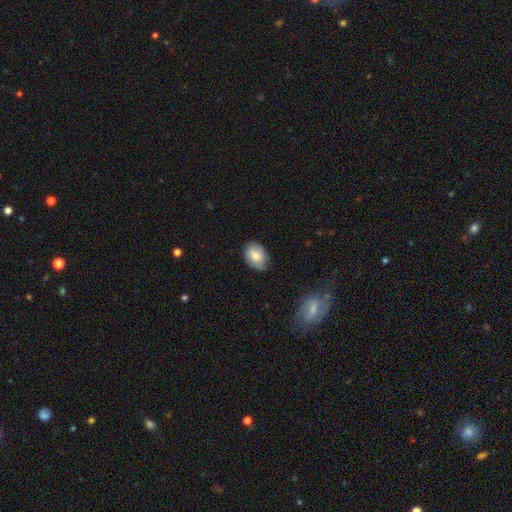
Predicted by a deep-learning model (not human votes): smooth-or-featured: smooth: 80% | featured or disk: 13% | star or artifact: 7%
  how-rounded: in between: 78% | round: 21% | cigar-shaped: 1%
  merging: none: 79% | minor disturbance: 17% | major disturbance: 3% | merger: 1%